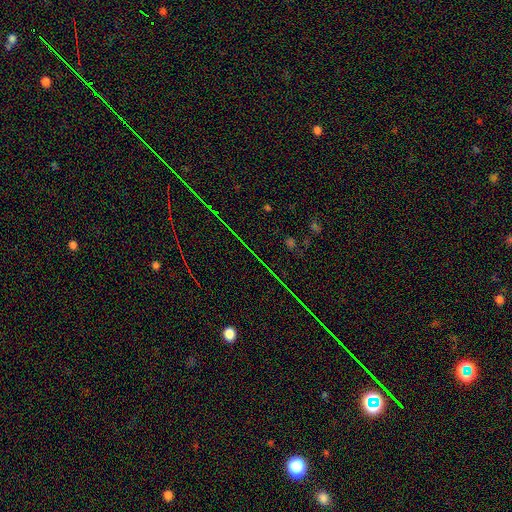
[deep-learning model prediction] smooth-or-featured: star or artifact: 81% | smooth: 10% | featured or disk: 9%